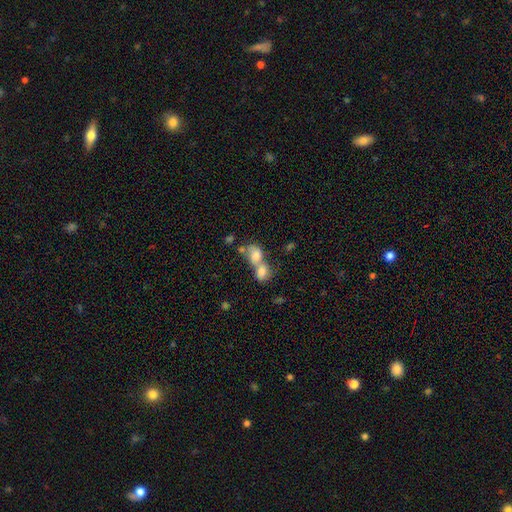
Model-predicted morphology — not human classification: Smooth or featured? smooth (74%)
How rounded? in between (66%)
Merging? merger (74%)